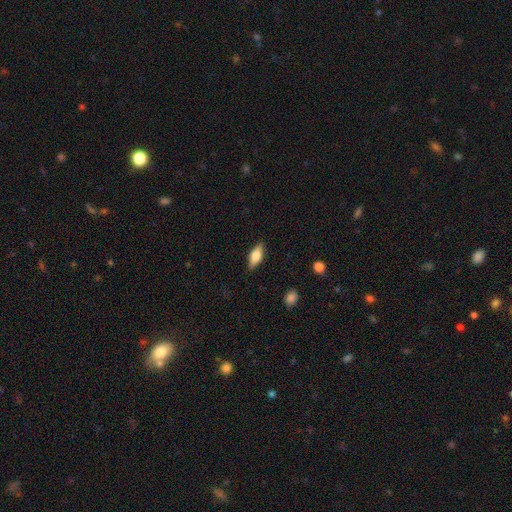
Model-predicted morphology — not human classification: Overall: smooth (58%; featured or disk 35%). How rounded: in between (74%). Merging: none (86%).